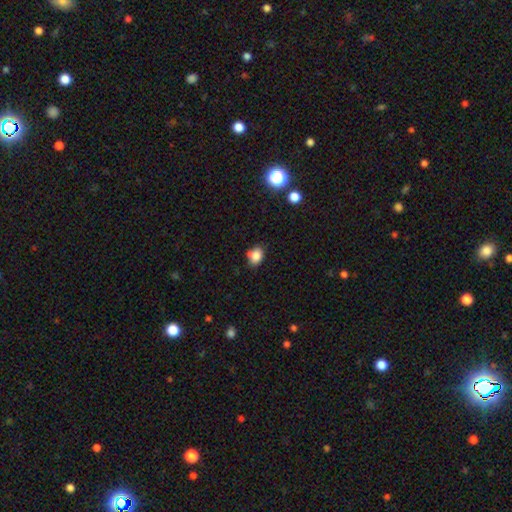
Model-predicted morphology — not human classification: Overall: smooth (83%). How rounded: in between (53%; round 46%). Merging: none (64%; minor disturbance 26%).